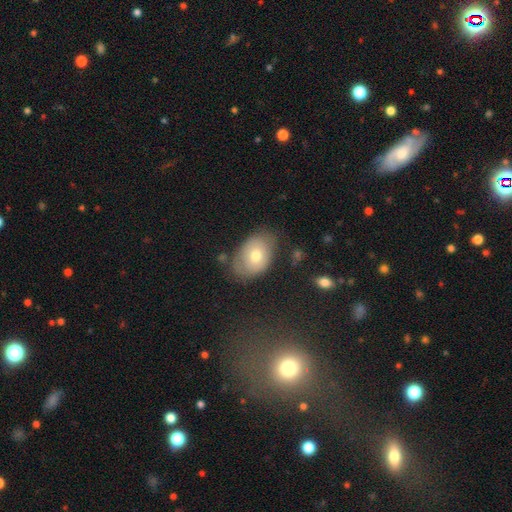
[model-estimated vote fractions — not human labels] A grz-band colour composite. It shows a smooth galaxy with no disk features (59%) that is in between round and cigar-shaped (84%). Merging: none (68%).